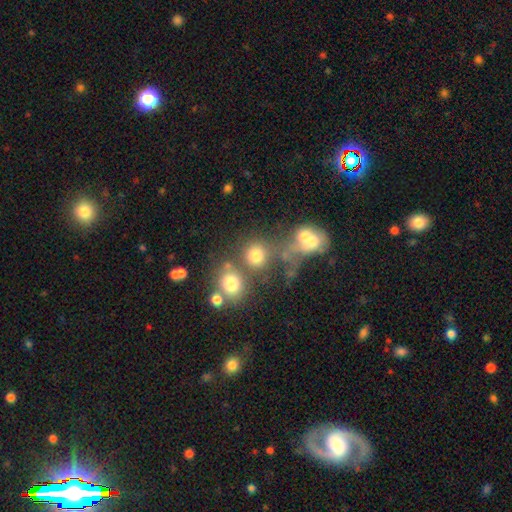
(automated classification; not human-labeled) Smooth or featured? smooth (73%)
How rounded? round (83%)
Merging? none (49%)